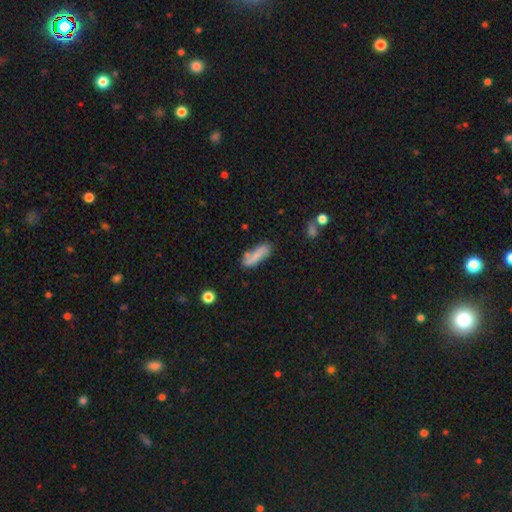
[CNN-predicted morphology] Q: Smooth or featured?
A: smooth (72%); runner-up: featured or disk (21%)
Q: How rounded?
A: cigar-shaped (50%); runner-up: in between (47%)
Q: Merging?
A: none (65%); runner-up: minor disturbance (21%)